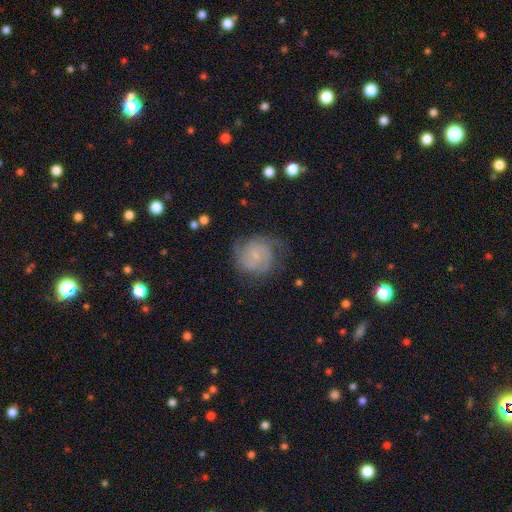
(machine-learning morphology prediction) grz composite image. It shows a featured or disk galaxy (66%) with no bar (62%), 2 (39%) tight (54%) spiral arms (91%) and a small central bulge (65%). Merging: none (65%).